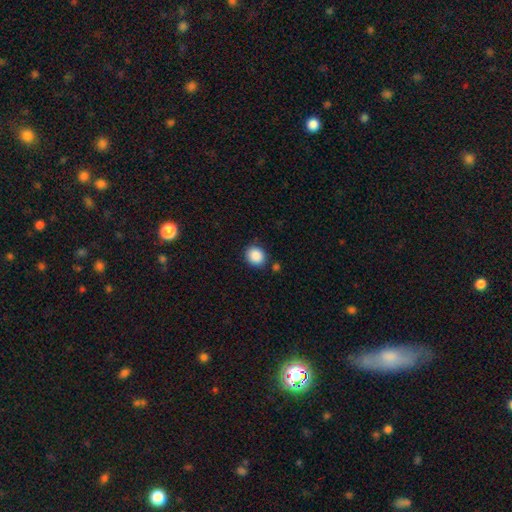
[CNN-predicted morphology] This appears to be a smooth galaxy with no disk features (88%) that is round (72%). Merging: none (84%).